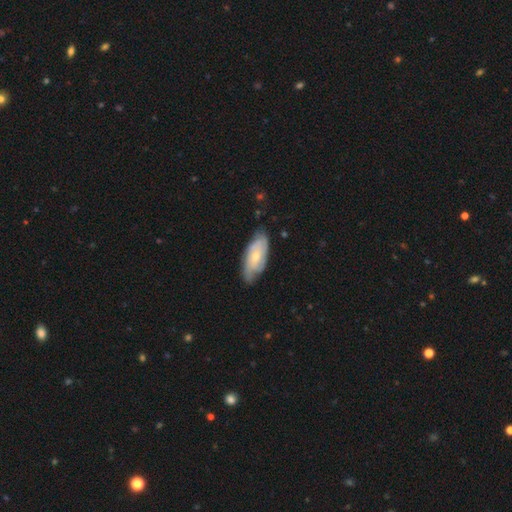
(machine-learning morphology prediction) The model was most divided on "smooth or featured": featured or disk: 56%, smooth: 39%, star or artifact: 6%. More confident: edge-on disk — no (88%); merging — none (70%).